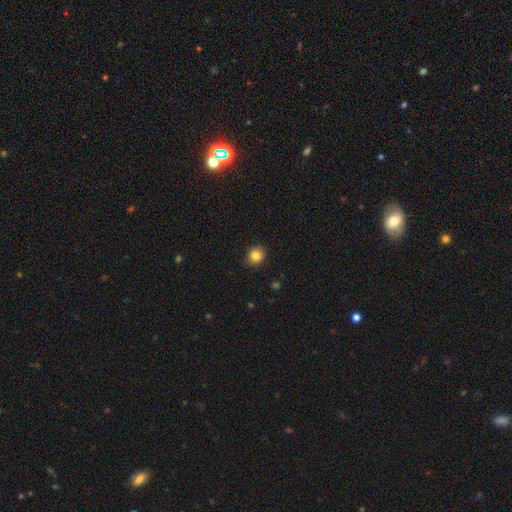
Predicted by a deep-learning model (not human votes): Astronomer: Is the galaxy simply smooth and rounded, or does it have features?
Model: smooth — 85%.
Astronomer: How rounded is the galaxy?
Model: round — 81%.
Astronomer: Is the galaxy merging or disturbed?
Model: none — 90%.